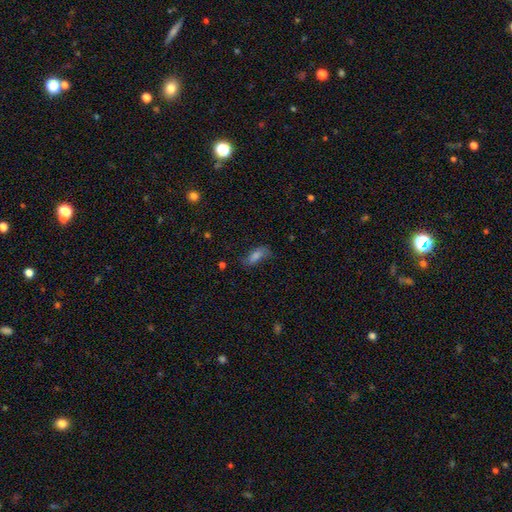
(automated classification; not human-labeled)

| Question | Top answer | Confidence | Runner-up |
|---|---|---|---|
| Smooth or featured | smooth | 56% | featured or disk (29%) |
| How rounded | in between | 70% | cigar-shaped (25%) |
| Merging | none | 64% | minor disturbance (23%) |